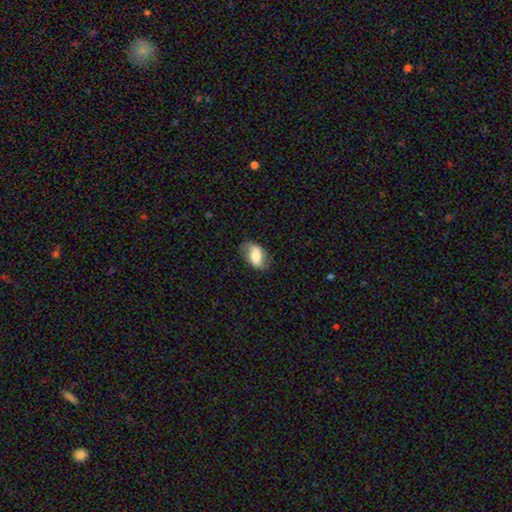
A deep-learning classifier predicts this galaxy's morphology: smooth-or-featured: smooth: 50% | featured or disk: 42% | star or artifact: 8%
  merging: none: 71% | minor disturbance: 21% | major disturbance: 7% | merger: 1%